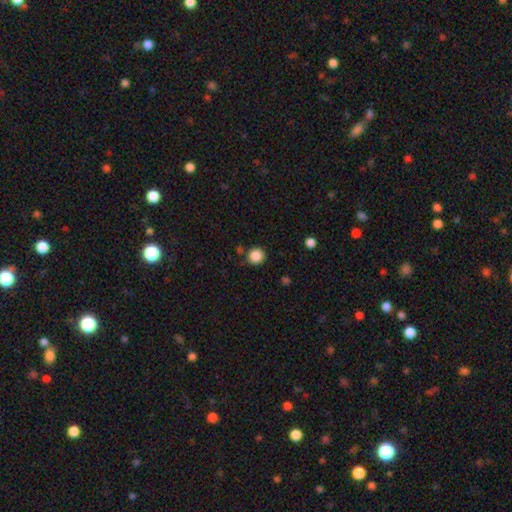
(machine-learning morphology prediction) type=smooth (86%); roundness=round (94%); merging=none (86%).